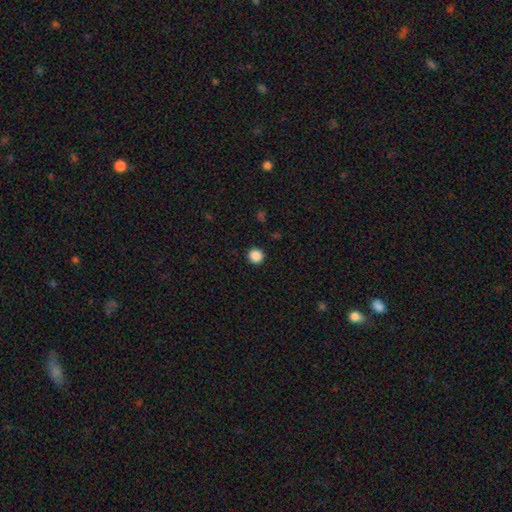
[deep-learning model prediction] This appears to be a smooth galaxy with no disk features (87%) that is round (95%). Merging: none (93%).